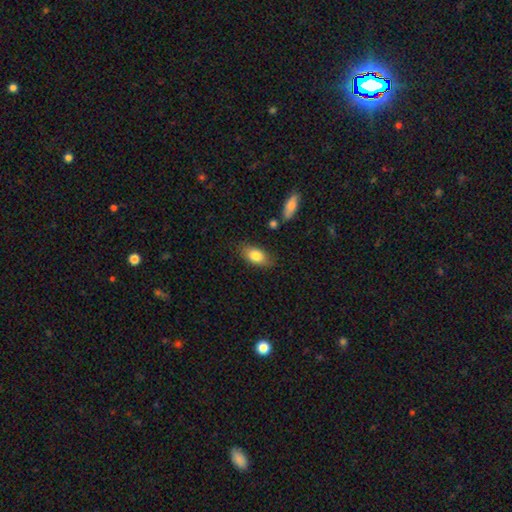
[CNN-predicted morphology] Q: Smooth or featured?
A: smooth (81%); runner-up: featured or disk (13%)
Q: How rounded?
A: in between (89%); runner-up: cigar-shaped (6%)
Q: Merging?
A: none (79%); runner-up: minor disturbance (14%)